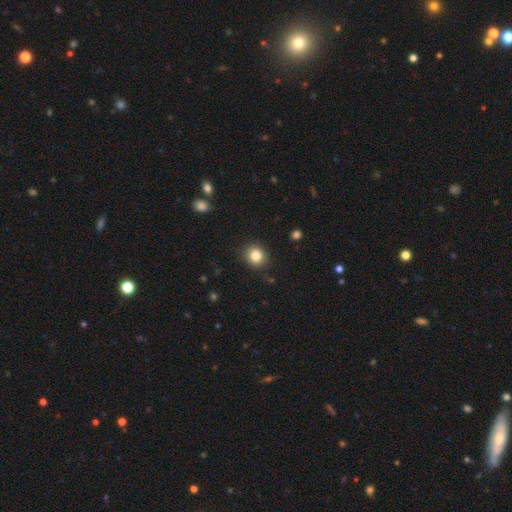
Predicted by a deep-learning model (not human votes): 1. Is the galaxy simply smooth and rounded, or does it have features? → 83% smooth, 11% star or artifact, 6% featured or disk.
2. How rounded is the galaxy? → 84% round, 15% in between, 1% cigar-shaped.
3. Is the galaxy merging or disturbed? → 89% none, 7% minor disturbance, 2% major disturbance, 1% merger.